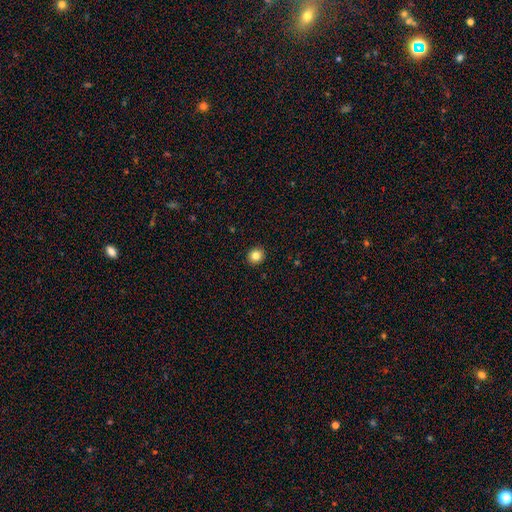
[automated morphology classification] Smooth or featured? smooth (83%)
How rounded? round (87%)
Merging? none (93%)